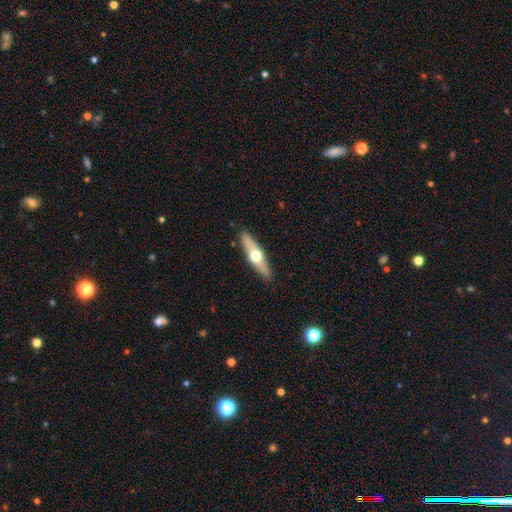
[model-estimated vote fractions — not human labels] Smooth or featured?
  - featured or disk: 54% *
  - smooth: 41%
  - star or artifact: 5%
Edge-on disk?
  - yes: 88% *
  - no: 12%
Merging?
  - none: 89% *
  - minor disturbance: 8%
  - major disturbance: 2%
  - merger: 1%